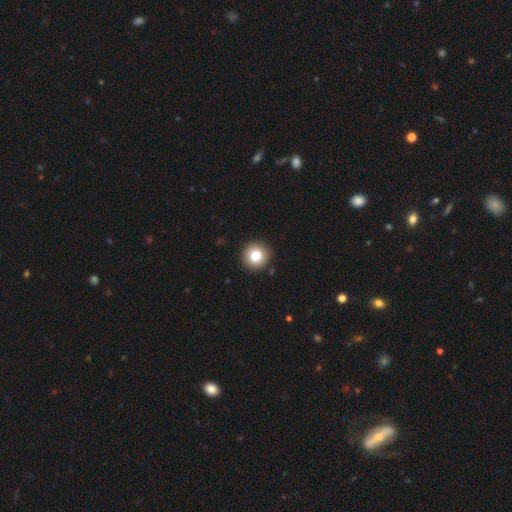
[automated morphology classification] This appears to be a smooth galaxy with no disk features (81%) that is round (93%). Merging: none (92%).